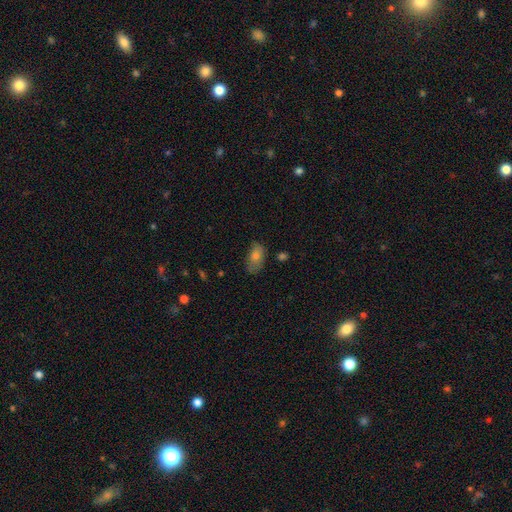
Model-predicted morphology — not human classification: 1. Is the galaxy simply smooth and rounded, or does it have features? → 69% smooth, 20% featured or disk, 12% star or artifact.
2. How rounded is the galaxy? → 88% in between, 7% round, 5% cigar-shaped.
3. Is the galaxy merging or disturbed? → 65% none, 26% minor disturbance, 7% major disturbance, 2% merger.